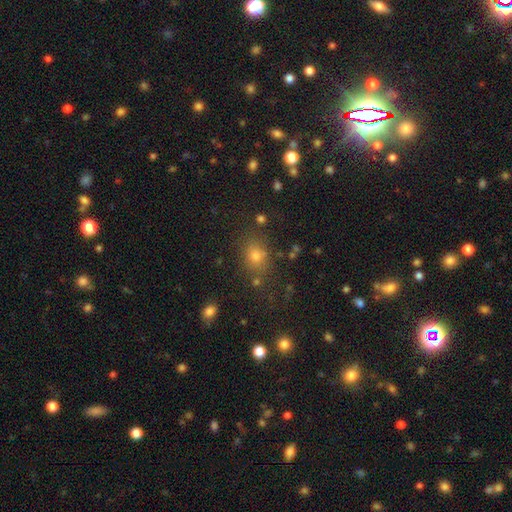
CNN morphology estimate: A smooth galaxy with no disk features (69%) that is round (55%).

Vote fractions:
- Smooth or featured? smooth: 69% / star or artifact: 22% / featured or disk: 9%
- How rounded? round: 55% / in between: 44% / cigar-shaped: 2%
- Merging? none: 76% / minor disturbance: 13% / merger: 6% / major disturbance: 5%